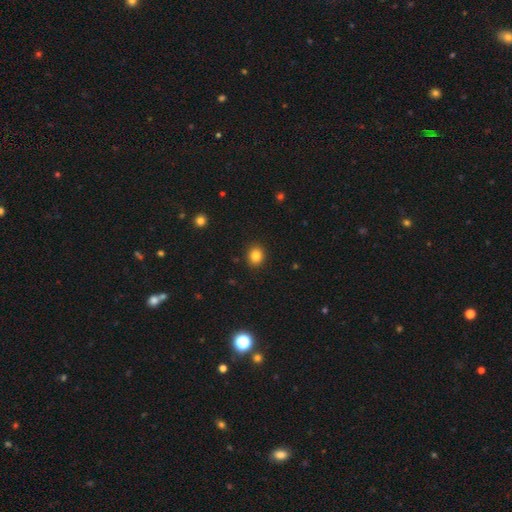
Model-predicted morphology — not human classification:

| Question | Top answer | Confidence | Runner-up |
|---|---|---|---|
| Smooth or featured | smooth | 84% | star or artifact (11%) |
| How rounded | round | 71% | in between (28%) |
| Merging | none | 91% | minor disturbance (6%) |